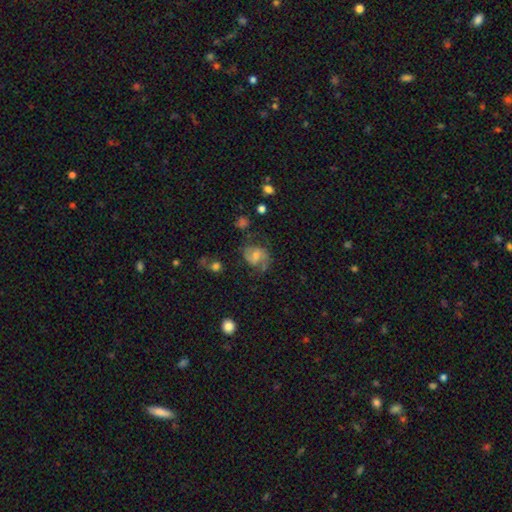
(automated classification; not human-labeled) Overall: featured or disk (75%). Edge-on disk: no (98%). Bar: weak (48%; no 38%). Spiral arms: yes (94%). Spiral arm count: 2 (85%). Spiral winding: medium (53%; loose 25%). Bulge size: moderate (47%; small 40%). Merging: none (68%).